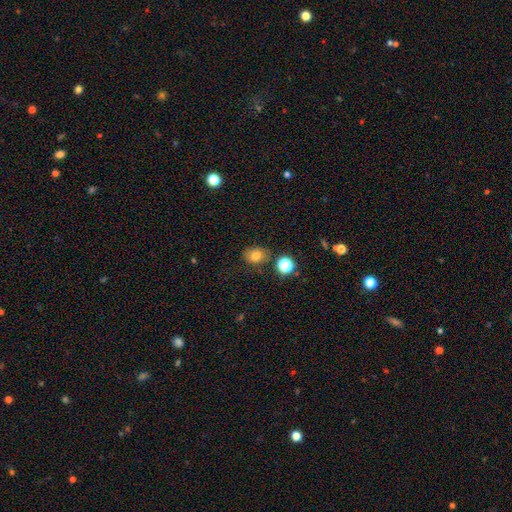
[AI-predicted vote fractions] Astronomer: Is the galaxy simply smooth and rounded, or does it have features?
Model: smooth — 78%.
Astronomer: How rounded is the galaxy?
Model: round — 51% (runner-up: in between, 48%).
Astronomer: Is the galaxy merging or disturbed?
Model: none — 77%.